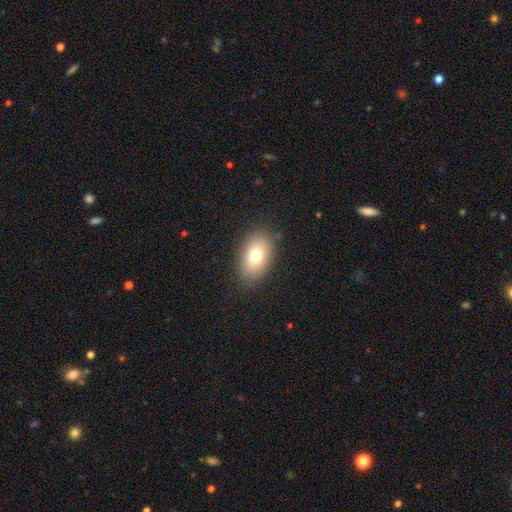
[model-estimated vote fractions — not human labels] Q: Smooth or featured?
A: smooth (75%); runner-up: featured or disk (15%)
Q: How rounded?
A: in between (87%); runner-up: round (12%)
Q: Merging?
A: none (85%); runner-up: minor disturbance (11%)